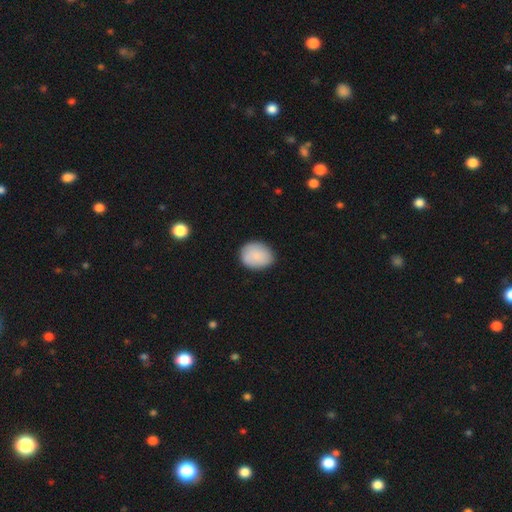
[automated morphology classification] Smooth or featured? smooth (86%)
How rounded? in between (53%)
Merging? none (82%)